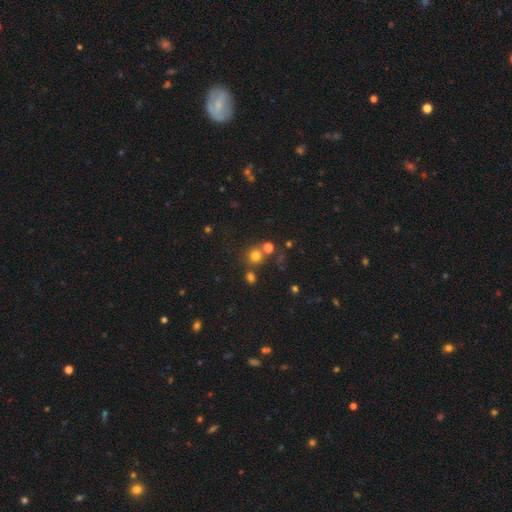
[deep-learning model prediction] Smooth or featured? smooth (72%)
How rounded? round (89%)
Merging? none (65%)